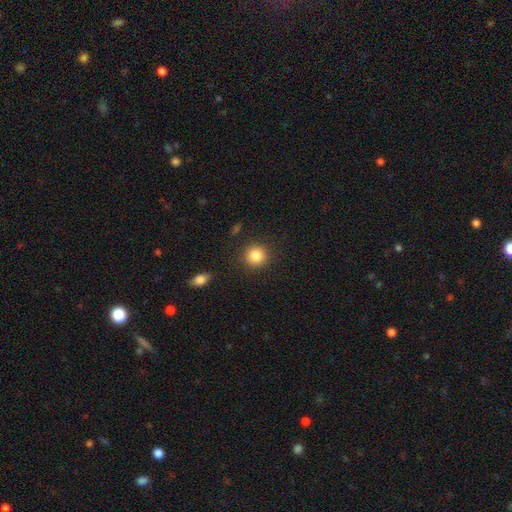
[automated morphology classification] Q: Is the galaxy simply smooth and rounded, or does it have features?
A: smooth — 86%.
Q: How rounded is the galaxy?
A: round — 91%.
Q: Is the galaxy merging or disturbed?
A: none — 88%.